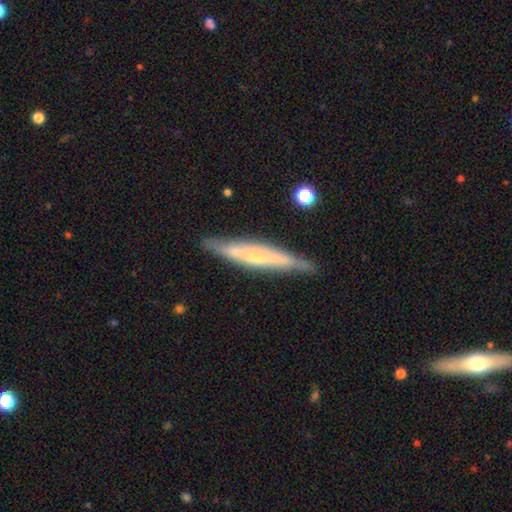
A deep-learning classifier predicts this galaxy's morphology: The model was most divided on "edge-on bulge": rounded: 62%, none: 29%, boxy: 9%. More confident: edge-on disk — yes (90%); merging — none (82%); smooth or featured — featured or disk (64%).